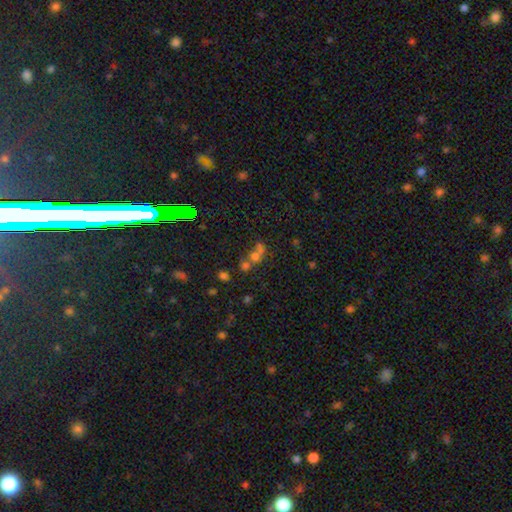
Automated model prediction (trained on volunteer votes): Smooth or featured? Predicted: smooth (p=0.57). How rounded? Predicted: round (p=0.58). Merging? Predicted: merger (p=0.56).